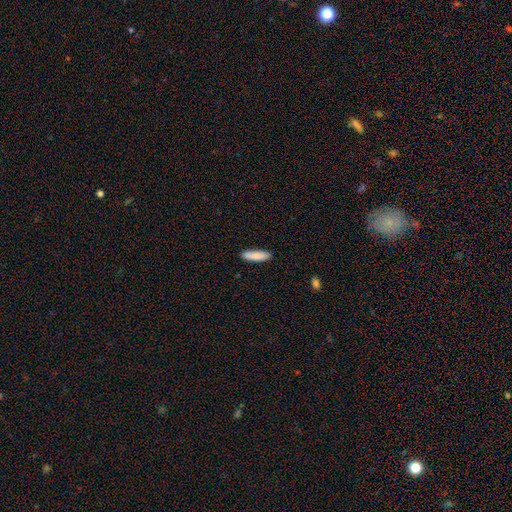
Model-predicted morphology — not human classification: A smooth galaxy with no disk features (87%) that is cigar-shaped (64%).

Vote fractions:
- Smooth or featured? smooth: 87% / featured or disk: 8% / star or artifact: 6%
- How rounded? cigar-shaped: 64% / in between: 35% / round: 1%
- Merging? none: 89% / minor disturbance: 8% / major disturbance: 2% / merger: 1%